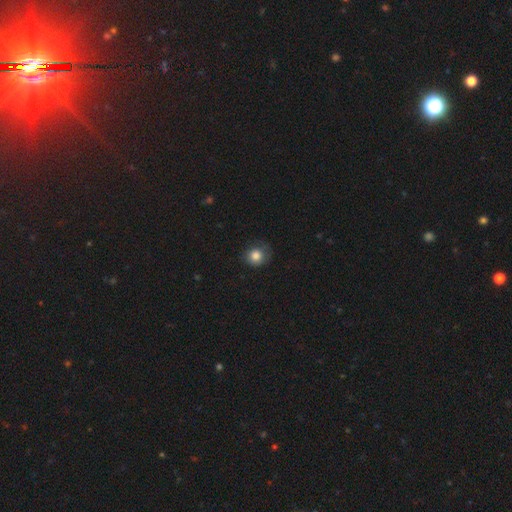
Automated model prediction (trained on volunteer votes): Smooth or featured: smooth — 83% (star or artifact — 10%)
How rounded: round — 81% (in between — 18%)
Merging: none — 67% (minor disturbance — 24%)